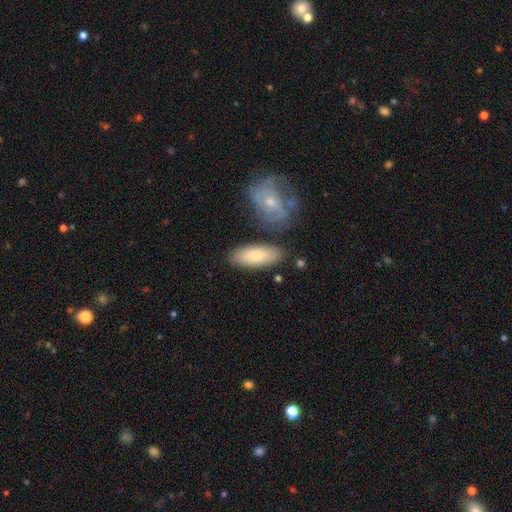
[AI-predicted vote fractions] This appears to be a smooth galaxy with no disk features (74%) that is in between round and cigar-shaped (76%). Merging: none (78%).